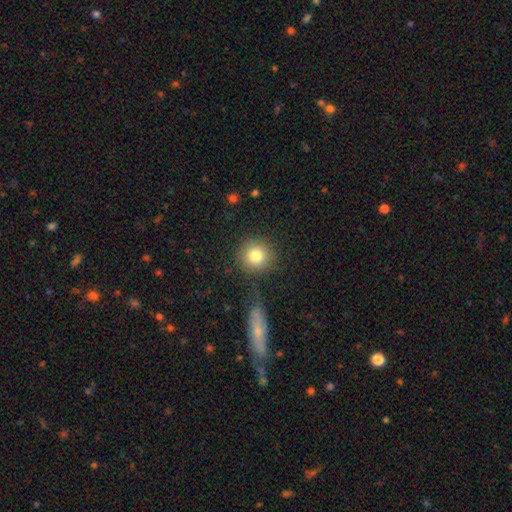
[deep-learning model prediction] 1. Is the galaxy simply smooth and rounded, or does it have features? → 82% smooth, 10% star or artifact, 9% featured or disk.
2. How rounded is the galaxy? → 90% round, 9% in between, 1% cigar-shaped.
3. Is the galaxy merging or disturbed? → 83% none, 9% minor disturbance, 4% merger, 4% major disturbance.